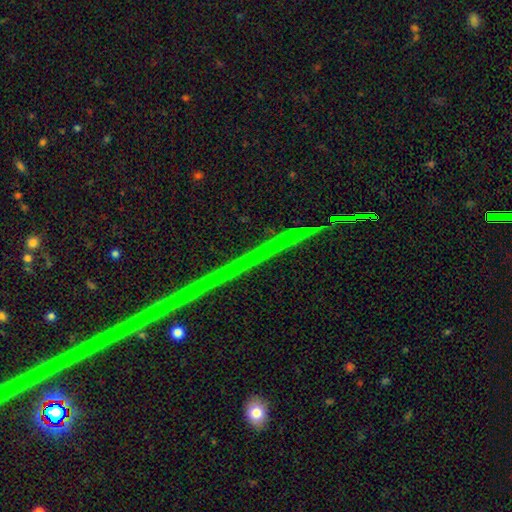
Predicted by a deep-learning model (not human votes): Smooth or featured? star or artifact (83%)